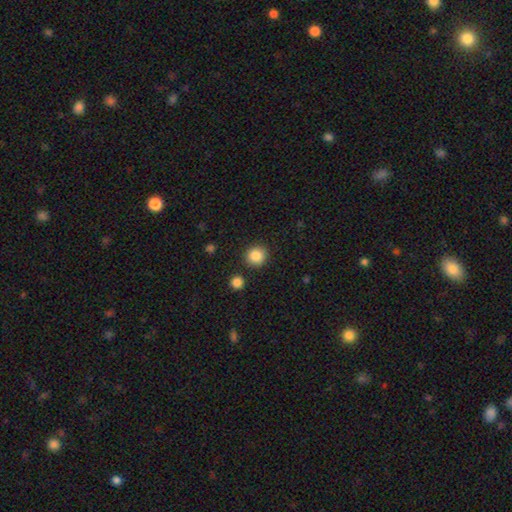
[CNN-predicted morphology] Smooth or featured?
  - smooth: 87% *
  - star or artifact: 10%
  - featured or disk: 4%
How rounded?
  - round: 90% *
  - in between: 9%
  - cigar-shaped: 1%
Merging?
  - none: 87% *
  - minor disturbance: 7%
  - merger: 3%
  - major disturbance: 2%